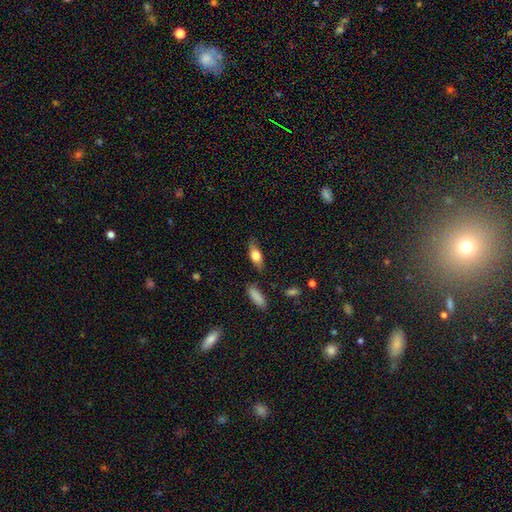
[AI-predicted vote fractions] Overall: smooth (66%). How rounded: in between (73%). Merging: none (77%).